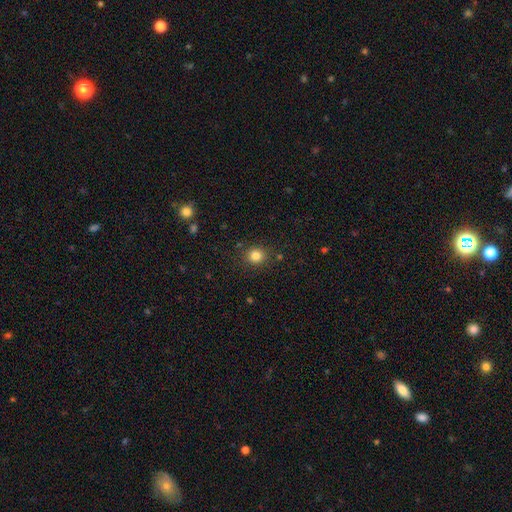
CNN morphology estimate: A smooth galaxy with no disk features (82%) that is round (82%).

Vote fractions:
- Smooth or featured? smooth: 82% / star or artifact: 12% / featured or disk: 6%
- How rounded? round: 82% / in between: 18% / cigar-shaped: 1%
- Merging? none: 87% / minor disturbance: 8% / major disturbance: 3% / merger: 2%